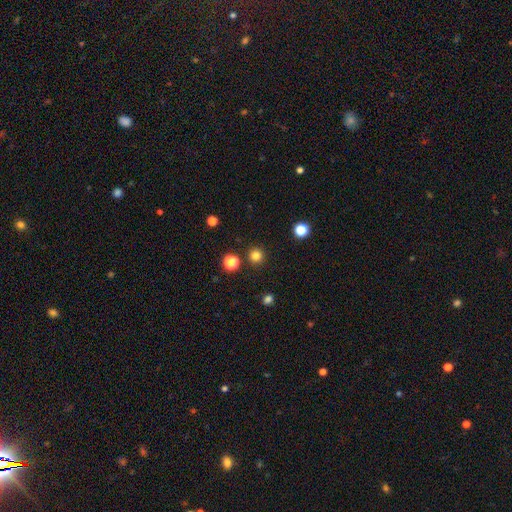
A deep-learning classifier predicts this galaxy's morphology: A smooth galaxy with no disk features (81%) that is round (96%).

Vote fractions:
- Smooth or featured? smooth: 81% / star or artifact: 15% / featured or disk: 4%
- How rounded? round: 96% / in between: 4% / cigar-shaped: 1%
- Merging? none: 91% / minor disturbance: 5% / merger: 2% / major disturbance: 2%